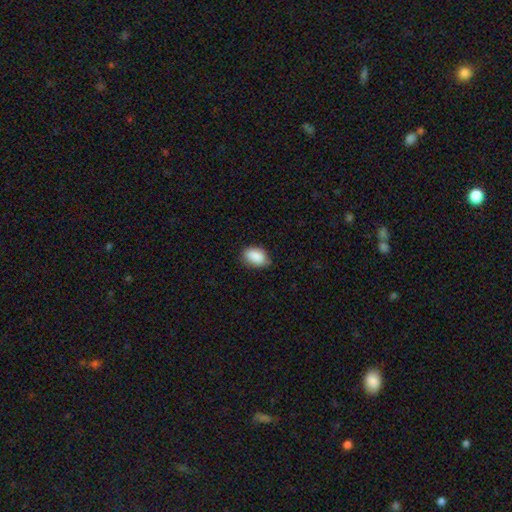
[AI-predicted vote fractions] This appears to be a smooth galaxy with no disk features (89%) that is in between round and cigar-shaped (88%). Merging: none (75%).